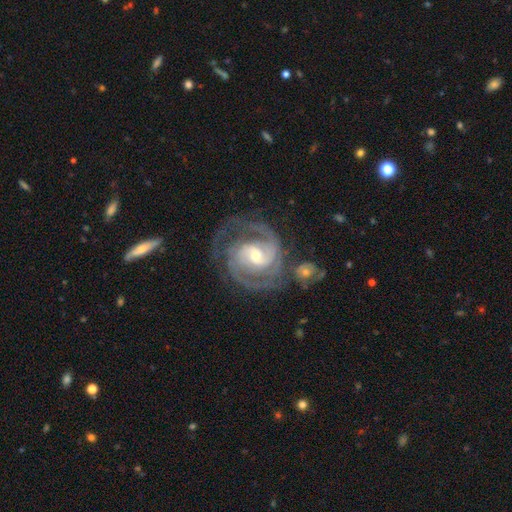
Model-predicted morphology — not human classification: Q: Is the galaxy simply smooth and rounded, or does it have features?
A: featured or disk — 92%.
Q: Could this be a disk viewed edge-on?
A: no — 98%.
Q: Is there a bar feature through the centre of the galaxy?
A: weak — 43%.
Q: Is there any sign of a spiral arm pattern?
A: yes — 98%.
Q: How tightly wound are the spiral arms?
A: tight — 54%.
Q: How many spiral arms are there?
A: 2 — 59%.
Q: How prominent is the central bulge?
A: moderate — 48%.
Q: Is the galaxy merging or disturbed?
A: none — 63%.